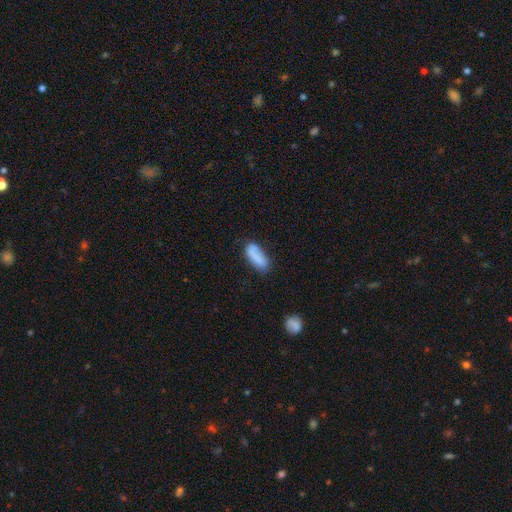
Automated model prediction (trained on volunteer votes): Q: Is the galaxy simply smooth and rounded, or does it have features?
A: smooth — 80%.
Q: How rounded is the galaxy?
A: in between — 79%.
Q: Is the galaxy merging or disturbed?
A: none — 62%.